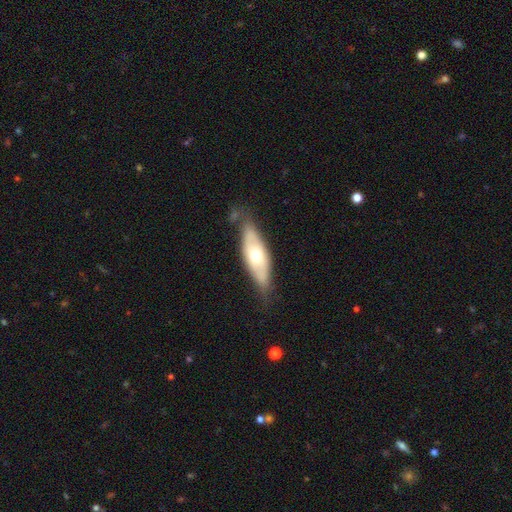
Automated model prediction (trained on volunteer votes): Smooth or featured? Predicted: featured or disk (p=0.48). Merging? Predicted: none (p=0.68).